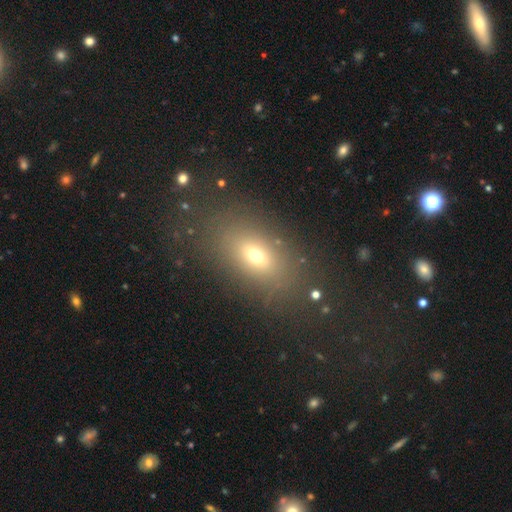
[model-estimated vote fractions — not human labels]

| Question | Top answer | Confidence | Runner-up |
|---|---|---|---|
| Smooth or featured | smooth | 66% | star or artifact (17%) |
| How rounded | in between | 80% | round (15%) |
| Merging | none | 81% | minor disturbance (10%) |